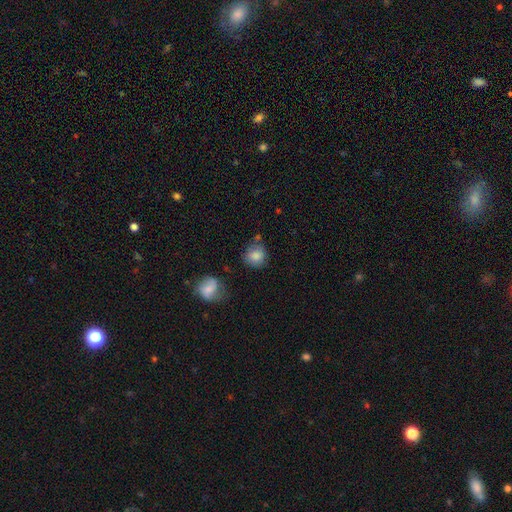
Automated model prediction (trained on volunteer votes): Q: Smooth or featured?
A: smooth (82%); runner-up: featured or disk (10%)
Q: How rounded?
A: round (82%); runner-up: in between (17%)
Q: Merging?
A: none (66%); runner-up: minor disturbance (21%)